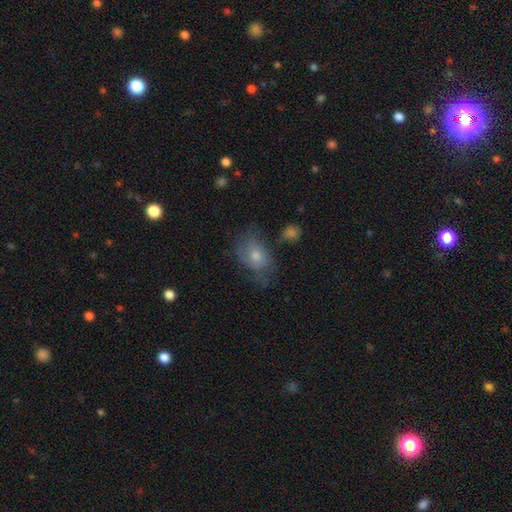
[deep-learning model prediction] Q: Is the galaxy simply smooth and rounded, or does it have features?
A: featured or disk — 48%.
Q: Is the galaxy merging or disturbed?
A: none — 58%.